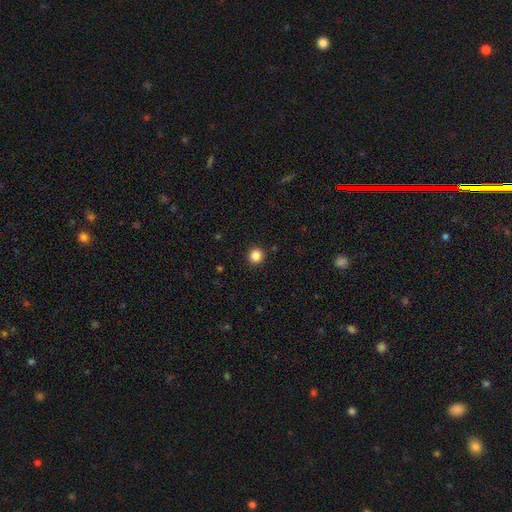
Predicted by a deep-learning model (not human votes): A smooth galaxy with no disk features (86%) that is round (93%). Merging: none (92%).